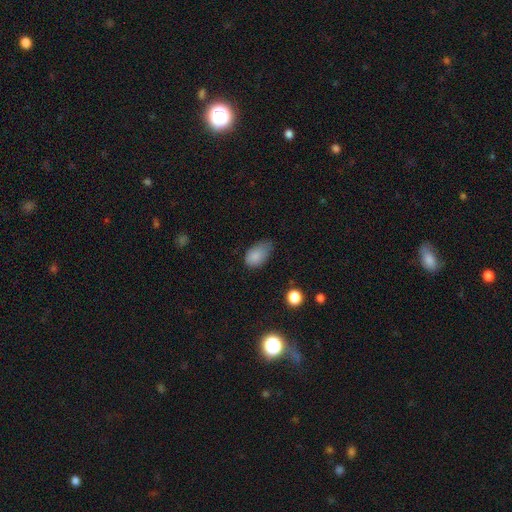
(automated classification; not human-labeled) Smooth or featured? smooth (84%)
How rounded? in between (89%)
Merging? minor disturbance (44%)